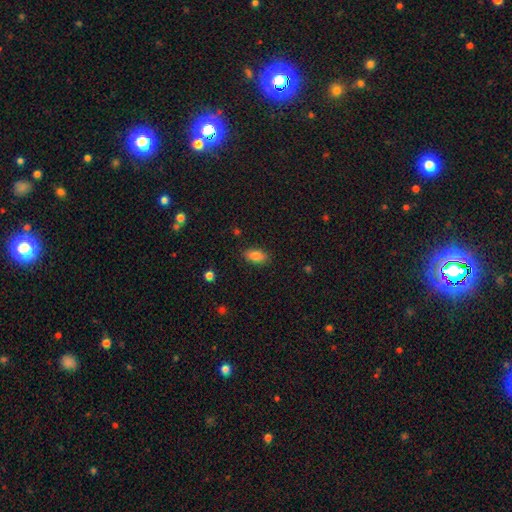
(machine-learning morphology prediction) Smooth or featured?
  - smooth: 84% *
  - star or artifact: 8%
  - featured or disk: 7%
How rounded?
  - in between: 90% *
  - cigar-shaped: 5%
  - round: 5%
Merging?
  - none: 86% *
  - minor disturbance: 10%
  - major disturbance: 3%
  - merger: 1%